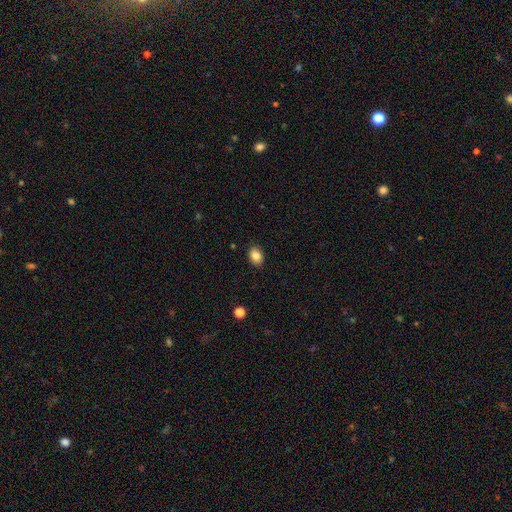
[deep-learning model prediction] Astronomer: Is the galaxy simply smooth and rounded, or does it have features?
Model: smooth — 85%.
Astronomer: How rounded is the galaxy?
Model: in between — 71%.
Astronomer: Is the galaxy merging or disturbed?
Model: none — 88%.